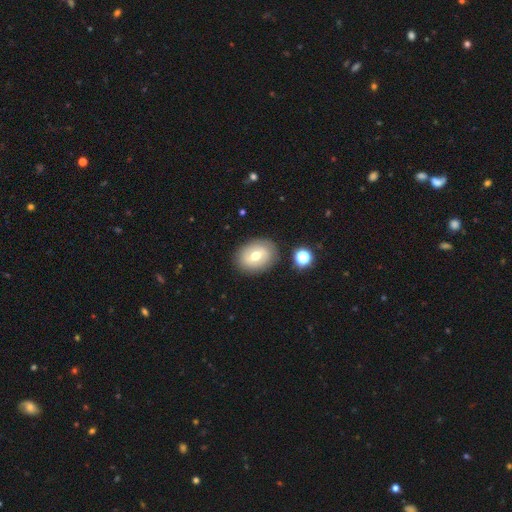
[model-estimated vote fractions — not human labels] A smooth galaxy with no disk features (52%) that is in between round and cigar-shaped (60%).

Vote fractions:
- Smooth or featured? smooth: 52% / featured or disk: 39% / star or artifact: 9%
- How rounded? in between: 60% / round: 39% / cigar-shaped: 1%
- Merging? none: 83% / minor disturbance: 11% / major disturbance: 4% / merger: 3%